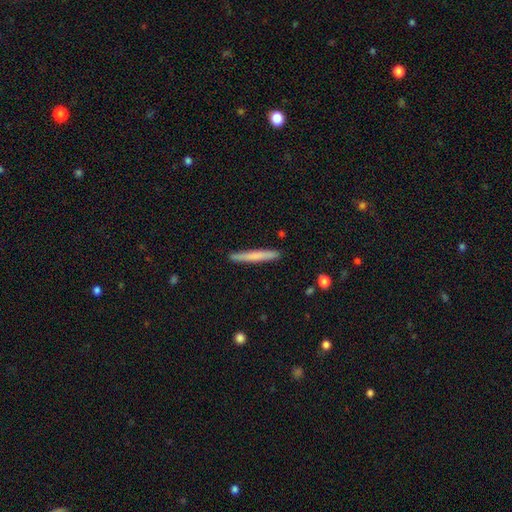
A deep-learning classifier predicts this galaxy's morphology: The model was most divided on "smooth or featured": smooth: 68%, featured or disk: 26%, star or artifact: 5%. More confident: how rounded — cigar-shaped (97%); merging — none (90%).